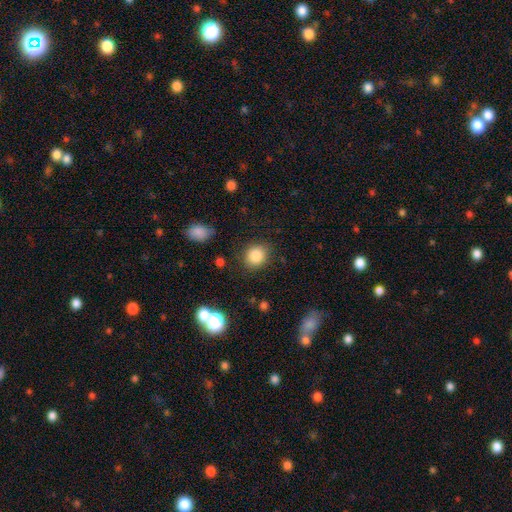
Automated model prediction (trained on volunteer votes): A smooth galaxy with no disk features (85%) that is round (75%).

Vote fractions:
- Smooth or featured? smooth: 85% / star or artifact: 10% / featured or disk: 5%
- How rounded? round: 75% / in between: 24% / cigar-shaped: 1%
- Merging? none: 84% / minor disturbance: 11% / major disturbance: 4% / merger: 2%